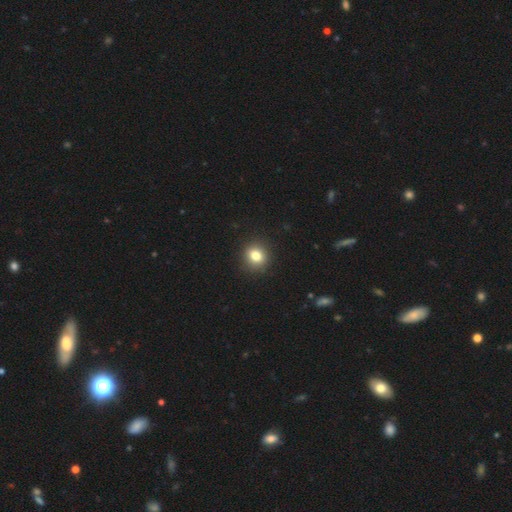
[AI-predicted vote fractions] Q: Smooth or featured?
A: smooth (81%); runner-up: star or artifact (11%)
Q: How rounded?
A: round (78%); runner-up: in between (21%)
Q: Merging?
A: none (90%); runner-up: minor disturbance (7%)